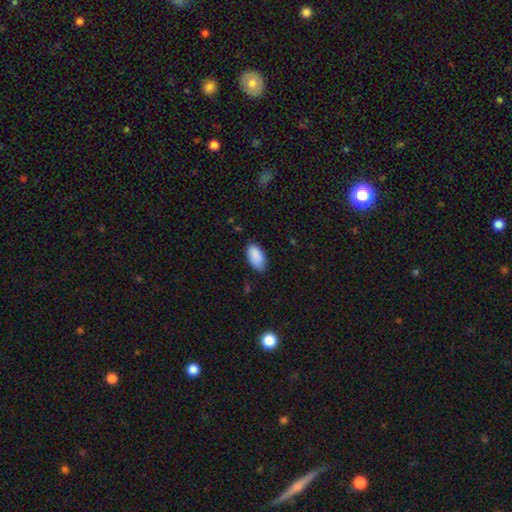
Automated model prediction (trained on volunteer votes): Overall: smooth (90%). How rounded: in between (95%). Merging: none (76%).